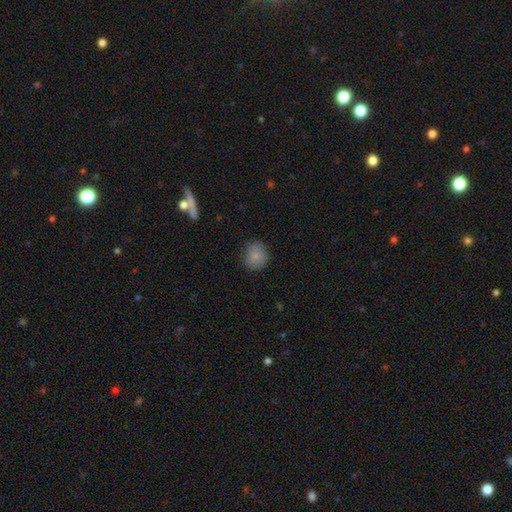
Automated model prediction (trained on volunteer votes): Overall: smooth (85%). How rounded: round (83%). Merging: none (85%).